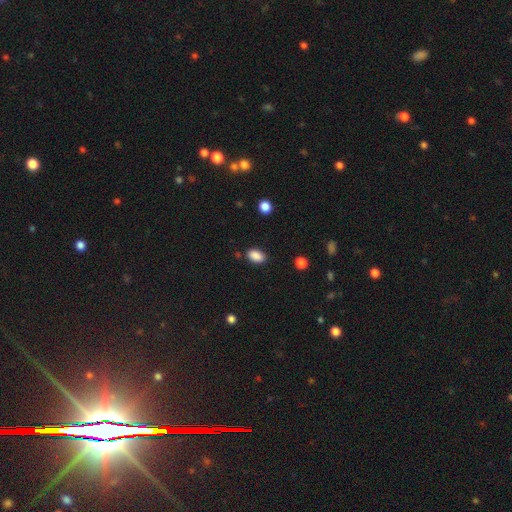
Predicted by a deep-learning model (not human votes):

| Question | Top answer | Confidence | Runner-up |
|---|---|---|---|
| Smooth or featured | smooth | 88% | star or artifact (8%) |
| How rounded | in between | 89% | round (9%) |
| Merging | none | 84% | minor disturbance (11%) |